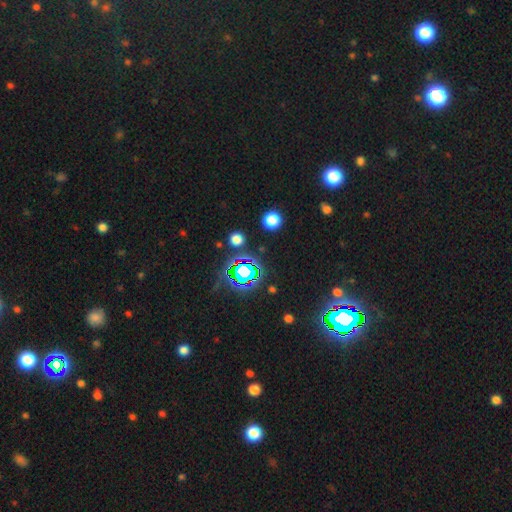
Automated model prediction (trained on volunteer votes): smooth_or_featured: star or artifact (p=0.79) [alt: smooth p=0.14]